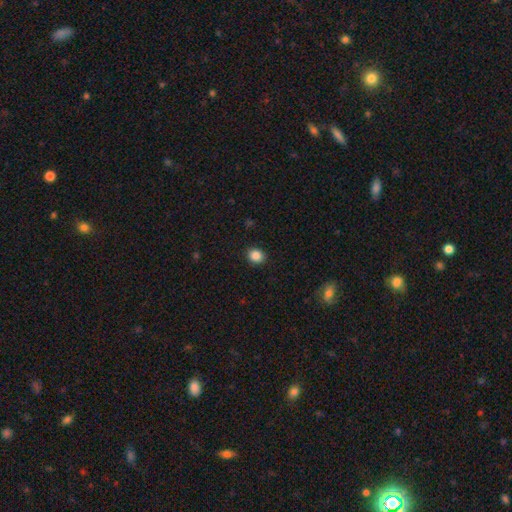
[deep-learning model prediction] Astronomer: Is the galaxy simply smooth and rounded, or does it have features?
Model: smooth — 87%.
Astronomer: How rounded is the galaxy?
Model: round — 72%.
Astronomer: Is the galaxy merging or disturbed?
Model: none — 91%.